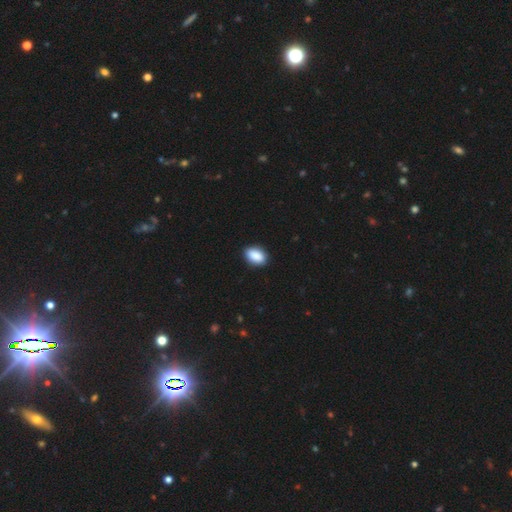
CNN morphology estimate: Smooth or featured? smooth (90%)
How rounded? in between (90%)
Merging? none (89%)